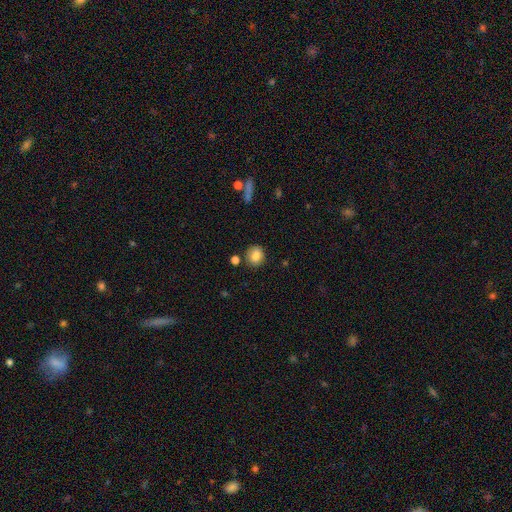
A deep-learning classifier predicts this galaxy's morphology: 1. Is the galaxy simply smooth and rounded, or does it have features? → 84% smooth, 9% star or artifact, 7% featured or disk.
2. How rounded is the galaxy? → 76% round, 23% in between, 1% cigar-shaped.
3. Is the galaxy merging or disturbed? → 84% none, 9% minor disturbance, 4% merger, 3% major disturbance.